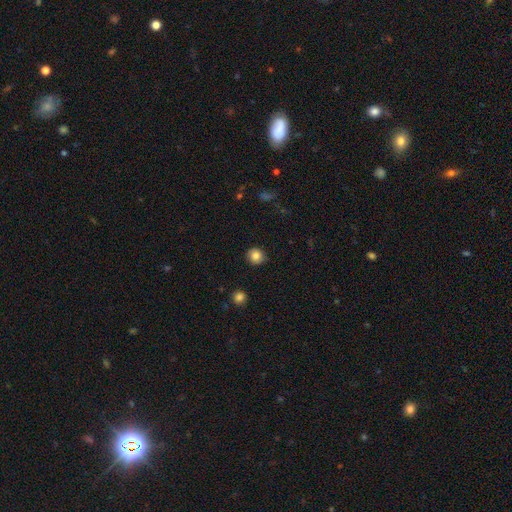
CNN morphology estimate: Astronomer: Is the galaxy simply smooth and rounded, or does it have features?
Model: smooth — 84%.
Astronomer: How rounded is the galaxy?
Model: round — 88%.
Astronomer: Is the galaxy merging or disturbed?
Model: none — 89%.